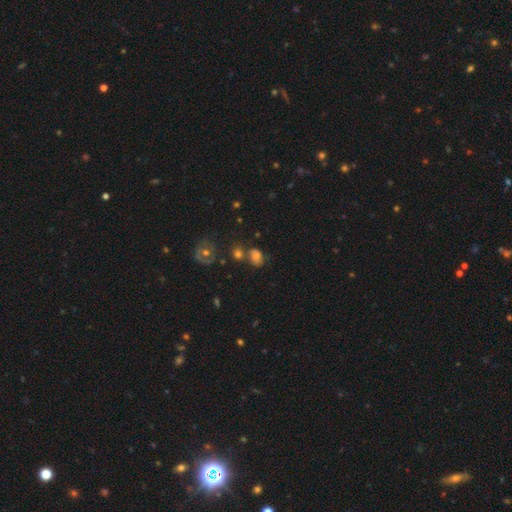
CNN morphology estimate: This appears to be a smooth galaxy with no disk features (65%) that is in between round and cigar-shaped (61%). Merging: none (57%).